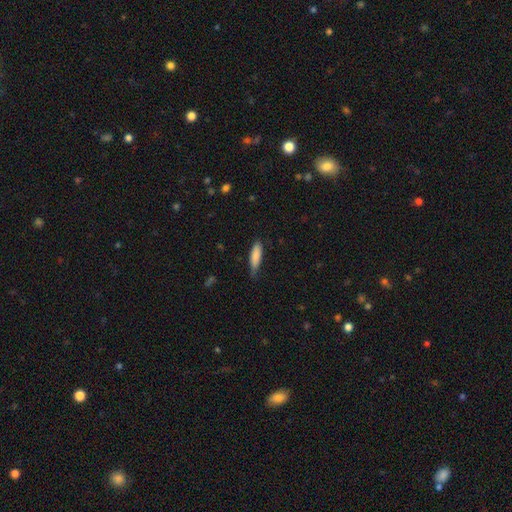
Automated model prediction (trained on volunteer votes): Smooth or featured? Predicted: smooth (p=0.84). How rounded? Predicted: cigar-shaped (p=0.60). Merging? Predicted: none (p=0.66).